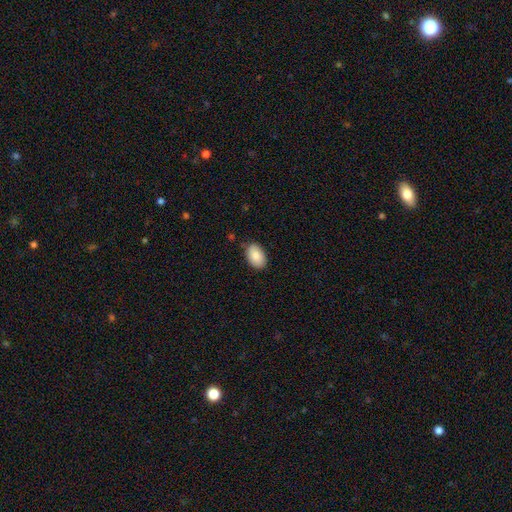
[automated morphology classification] This is clearly a smooth galaxy (86%). How rounded: clearly in between (91%). Merging: clearly none (81%).